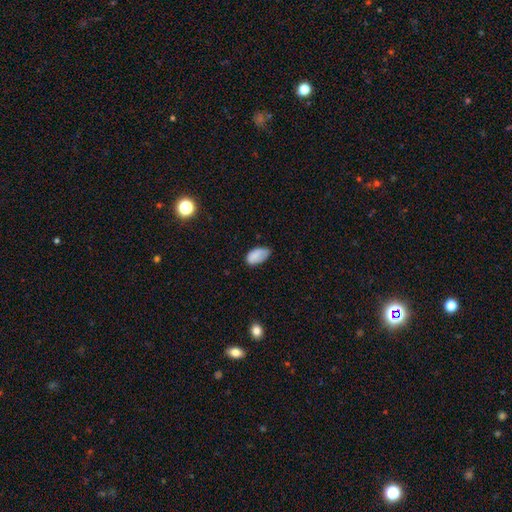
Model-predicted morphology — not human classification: Q: Smooth or featured?
A: smooth (81%); runner-up: featured or disk (11%)
Q: How rounded?
A: in between (94%); runner-up: round (4%)
Q: Merging?
A: none (56%); runner-up: minor disturbance (35%)